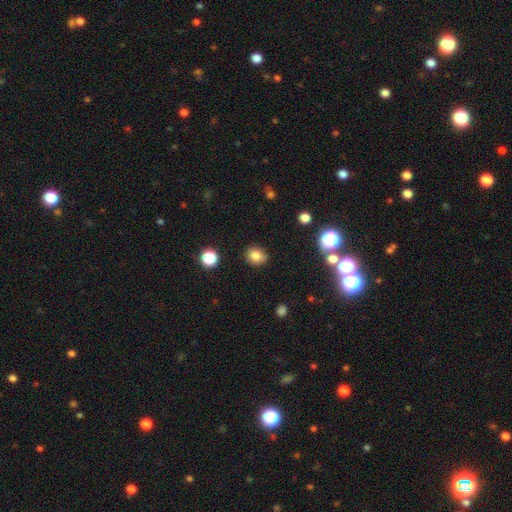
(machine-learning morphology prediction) type=smooth (81%); roundness=round (60%); merging=none (85%).